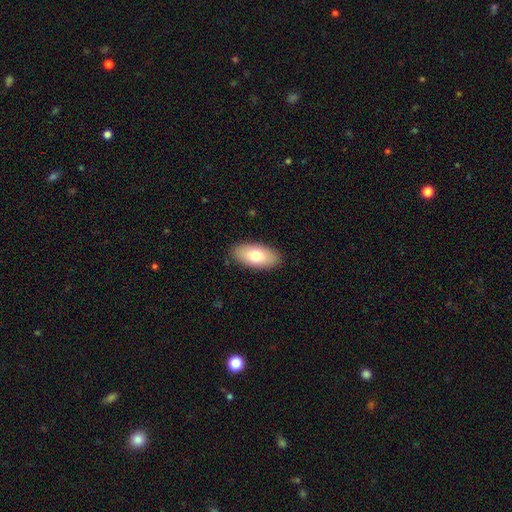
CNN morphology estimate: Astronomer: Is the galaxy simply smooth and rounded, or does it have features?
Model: smooth — 74%.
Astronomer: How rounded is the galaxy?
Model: in between — 92%.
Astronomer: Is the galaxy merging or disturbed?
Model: none — 88%.